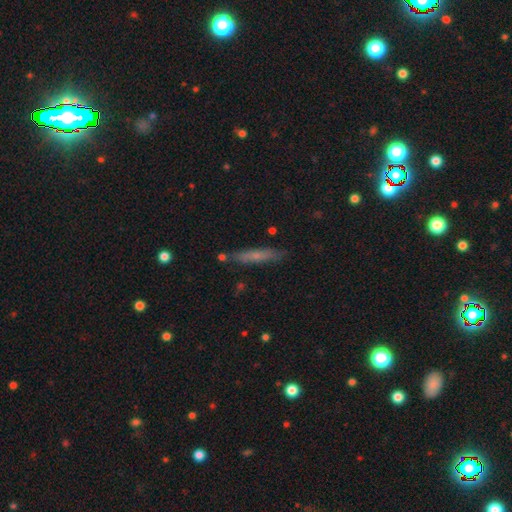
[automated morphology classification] smooth_or_featured: smooth (p=0.56) [alt: featured or disk p=0.36]
how_rounded: cigar-shaped (p=0.91) [alt: in between p=0.07]
merging: none (p=0.83) [alt: minor disturbance p=0.11]